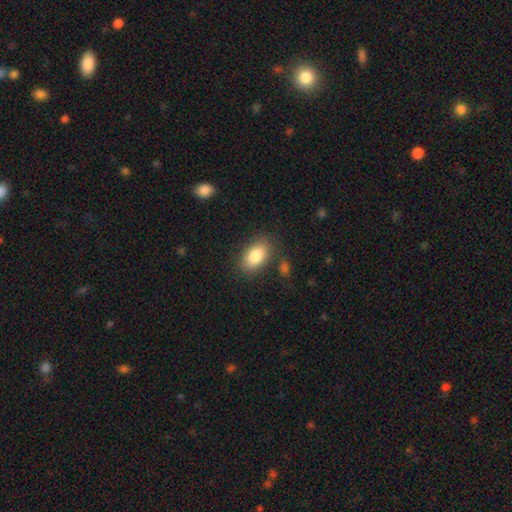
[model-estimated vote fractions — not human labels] Q: Smooth or featured?
A: smooth (85%); runner-up: featured or disk (8%)
Q: How rounded?
A: in between (90%); runner-up: round (8%)
Q: Merging?
A: none (81%); runner-up: minor disturbance (12%)